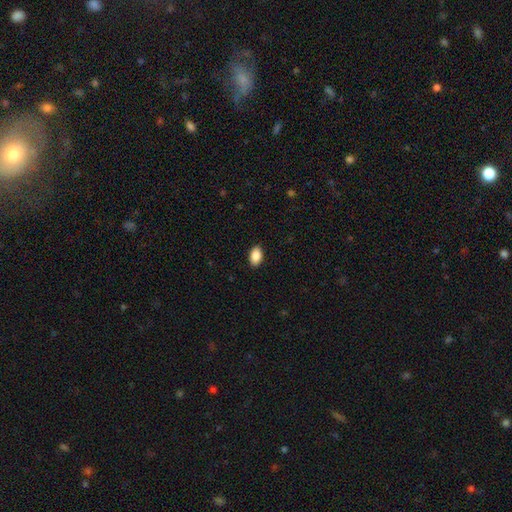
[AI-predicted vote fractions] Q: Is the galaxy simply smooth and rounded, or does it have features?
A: smooth — 88%.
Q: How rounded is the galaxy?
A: in between — 93%.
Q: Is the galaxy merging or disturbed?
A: none — 89%.